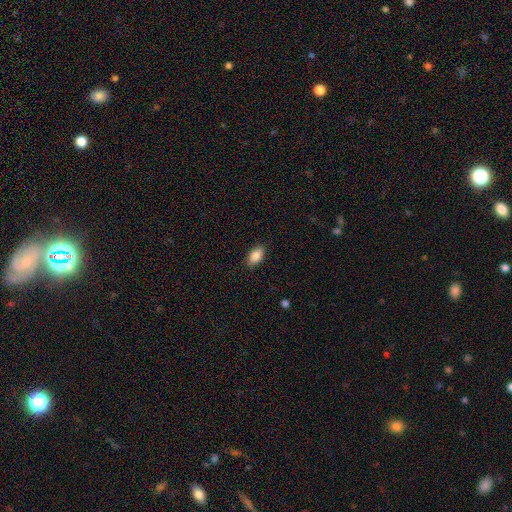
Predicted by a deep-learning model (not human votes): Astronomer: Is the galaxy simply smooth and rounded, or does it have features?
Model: smooth — 88%.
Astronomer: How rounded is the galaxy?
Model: in between — 92%.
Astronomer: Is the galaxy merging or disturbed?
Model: none — 88%.